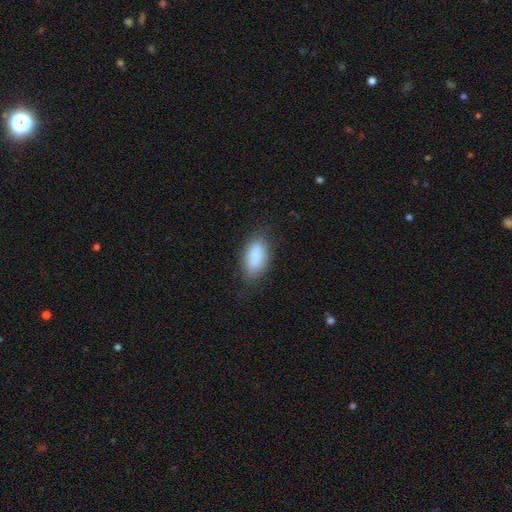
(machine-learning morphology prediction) Overall: smooth (85%). How rounded: in between (90%). Merging: none (75%).